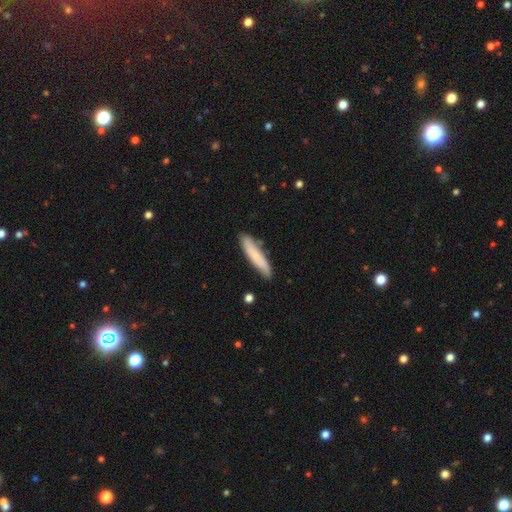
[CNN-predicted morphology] Smooth or featured? smooth (70%)
How rounded? cigar-shaped (85%)
Merging? none (80%)